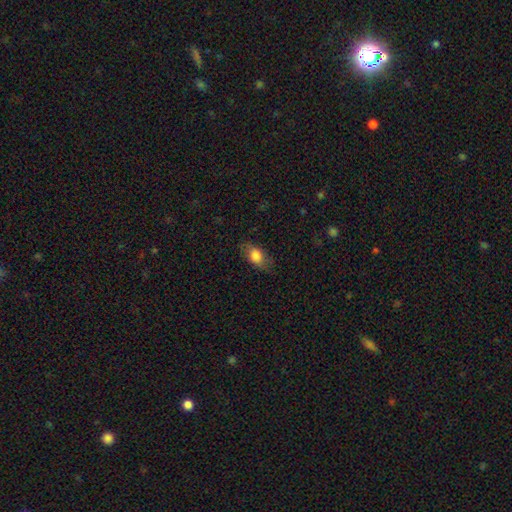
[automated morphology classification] Smooth or featured: smooth — 78% (featured or disk — 14%)
How rounded: in between — 85% (round — 10%)
Merging: none — 75% (minor disturbance — 18%)